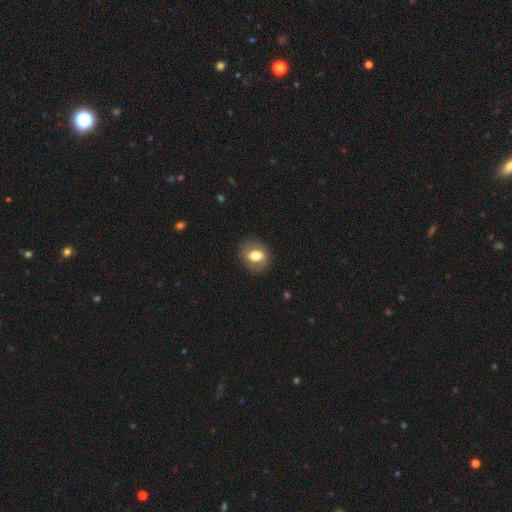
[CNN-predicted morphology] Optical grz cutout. It shows a smooth galaxy with no disk features (68%) that is in between round and cigar-shaped (53%). Merging: none (82%).